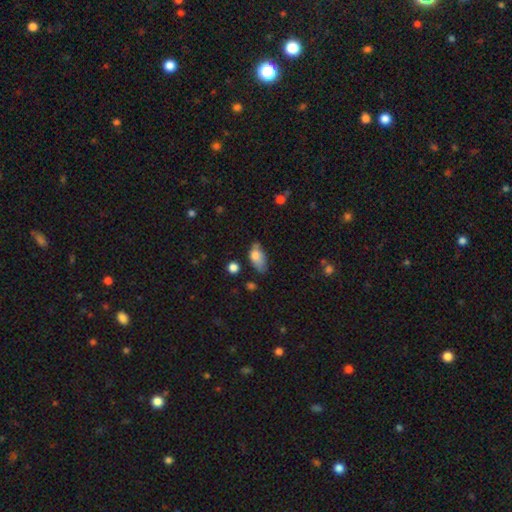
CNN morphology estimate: Smooth or featured: smooth — 75% (featured or disk — 16%)
How rounded: in between — 89% (round — 7%)
Merging: minor disturbance — 40% (none — 39%)